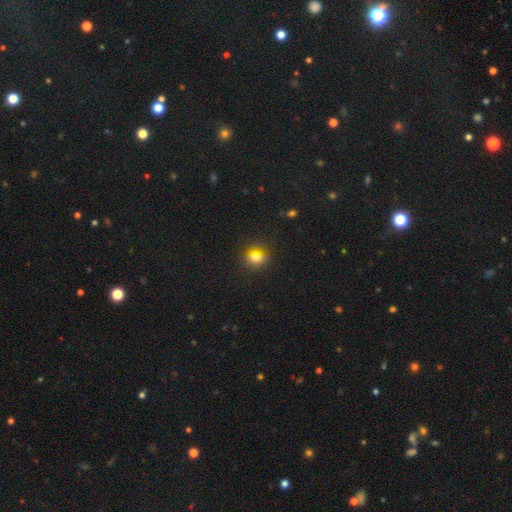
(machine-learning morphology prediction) The model was most divided on "how rounded": round: 74%, in between: 24%, cigar-shaped: 2%. More confident: merging — none (83%); smooth or featured — smooth (70%).